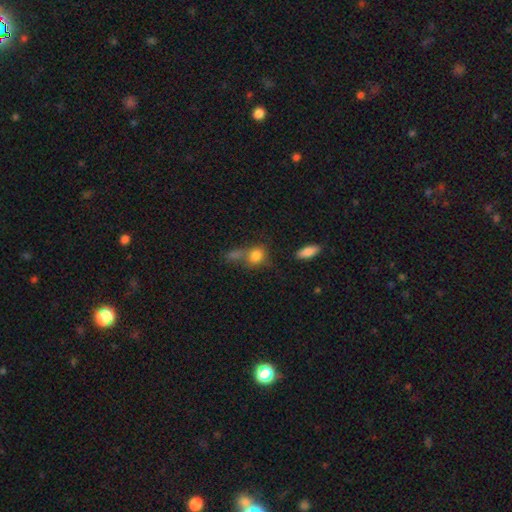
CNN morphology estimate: A smooth galaxy with no disk features (81%) that is round (56%).

Vote fractions:
- Smooth or featured? smooth: 81% / star or artifact: 10% / featured or disk: 9%
- How rounded? round: 56% / in between: 41% / cigar-shaped: 3%
- Merging? none: 41% / merger: 37% / minor disturbance: 14% / major disturbance: 9%